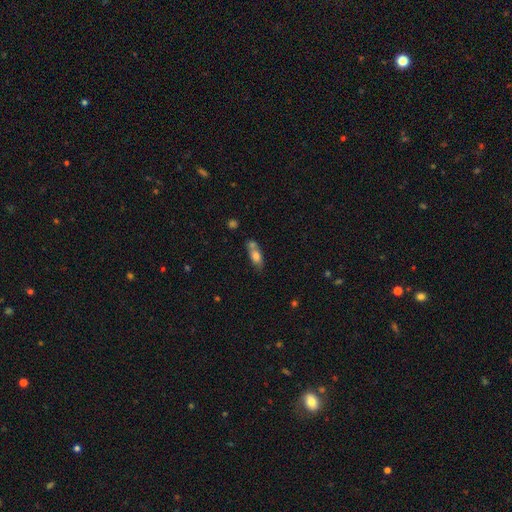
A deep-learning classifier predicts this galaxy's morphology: This appears to be a smooth galaxy with no disk features (70%) that is in between round and cigar-shaped (71%). Merging: none (43%).